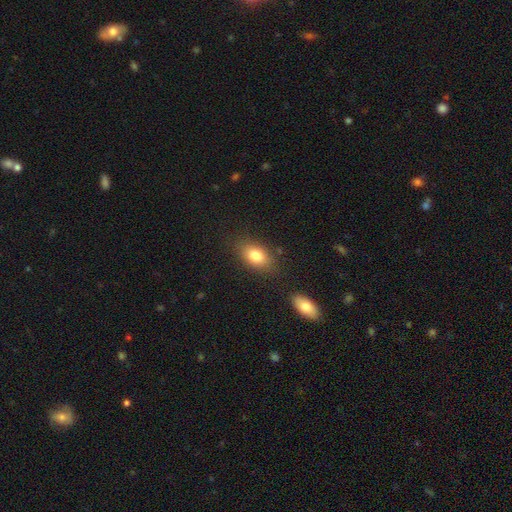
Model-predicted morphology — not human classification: Q: Smooth or featured?
A: smooth (80%); runner-up: featured or disk (11%)
Q: How rounded?
A: in between (83%); runner-up: round (14%)
Q: Merging?
A: none (80%); runner-up: minor disturbance (13%)